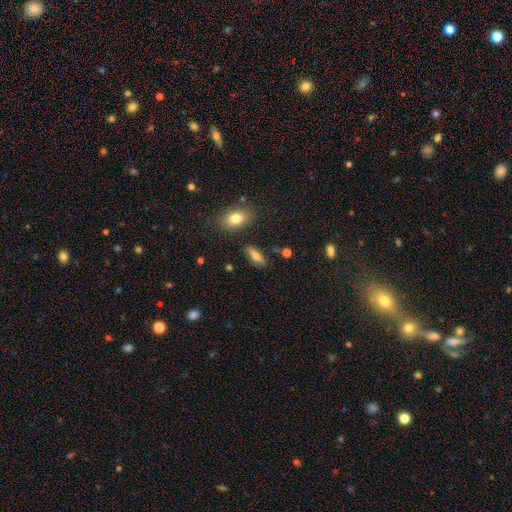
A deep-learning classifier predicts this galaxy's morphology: Smooth or featured?
  - smooth: 64% *
  - featured or disk: 27%
  - star or artifact: 9%
How rounded?
  - in between: 61% *
  - cigar-shaped: 34%
  - round: 5%
Merging?
  - none: 81% *
  - minor disturbance: 12%
  - merger: 4%
  - major disturbance: 3%